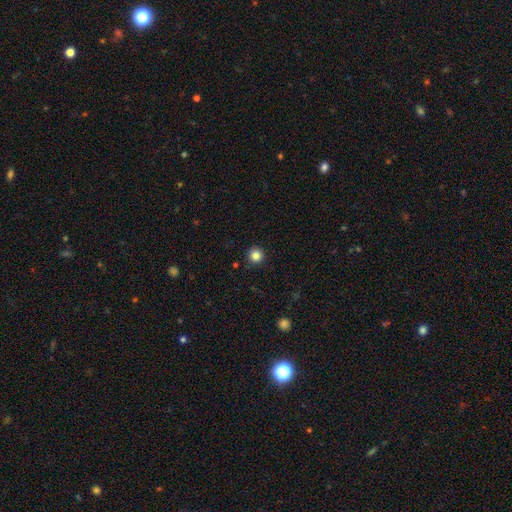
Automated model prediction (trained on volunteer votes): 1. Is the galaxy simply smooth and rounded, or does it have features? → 85% smooth, 11% star or artifact, 4% featured or disk.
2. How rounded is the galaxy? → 96% round, 3% in between, 1% cigar-shaped.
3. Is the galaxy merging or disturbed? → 92% none, 5% minor disturbance, 2% major disturbance, 1% merger.